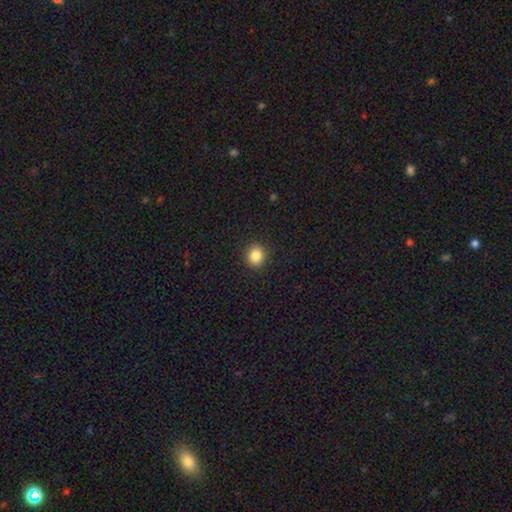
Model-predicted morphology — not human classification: Smooth or featured? Predicted: smooth (p=0.86). How rounded? Predicted: round (p=0.85). Merging? Predicted: none (p=0.92).